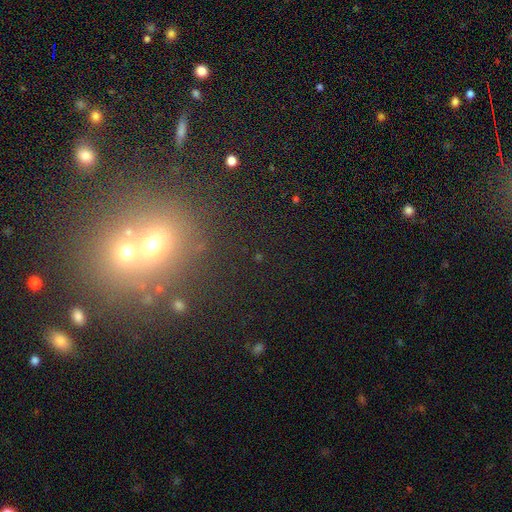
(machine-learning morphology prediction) smooth_or_featured: smooth (p=0.43) [alt: star or artifact p=0.38]
merging: merger (p=0.57) [alt: none p=0.33]